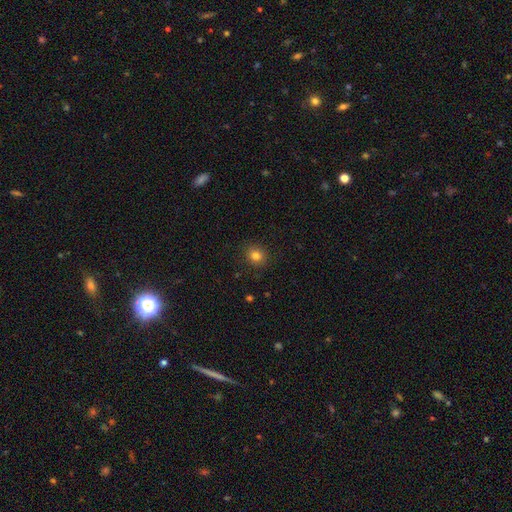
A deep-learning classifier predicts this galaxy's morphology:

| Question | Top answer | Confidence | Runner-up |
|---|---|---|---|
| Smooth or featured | smooth | 81% | star or artifact (12%) |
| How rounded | round | 79% | in between (20%) |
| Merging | none | 89% | minor disturbance (7%) |